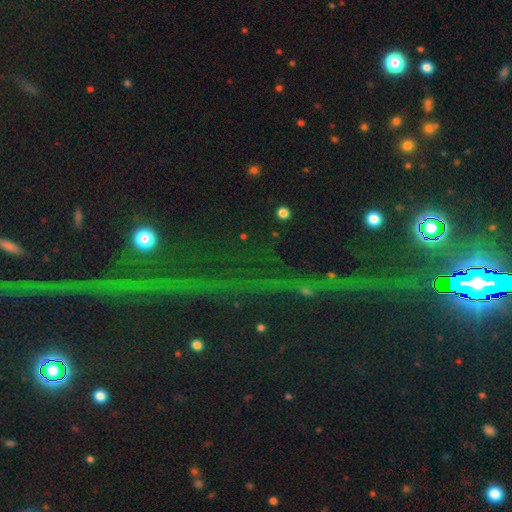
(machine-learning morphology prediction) A star or artifact, not a galaxy (82%).

Vote fractions:
- Smooth or featured? star or artifact: 82% / featured or disk: 10% / smooth: 8%